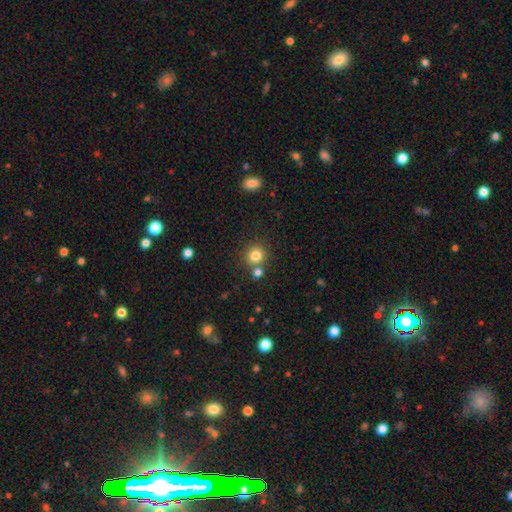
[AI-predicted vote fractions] A smooth galaxy with no disk features (81%) that is round (88%). Merging: none (74%).